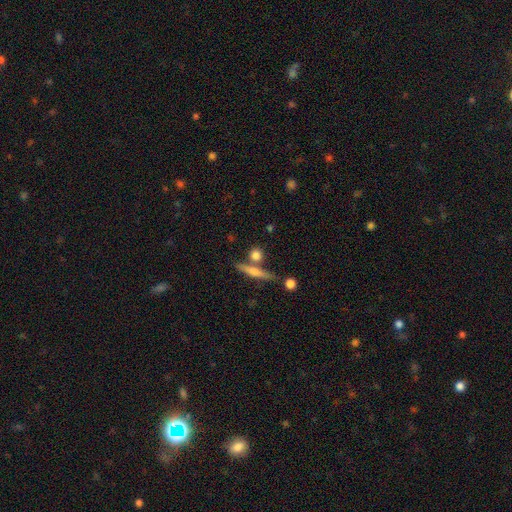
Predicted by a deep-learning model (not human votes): Smooth or featured?
  - smooth: 64% *
  - featured or disk: 28%
  - star or artifact: 9%
How rounded?
  - round: 54% *
  - cigar-shaped: 31%
  - in between: 15%
Merging?
  - none: 69% *
  - merger: 18%
  - minor disturbance: 10%
  - major disturbance: 3%